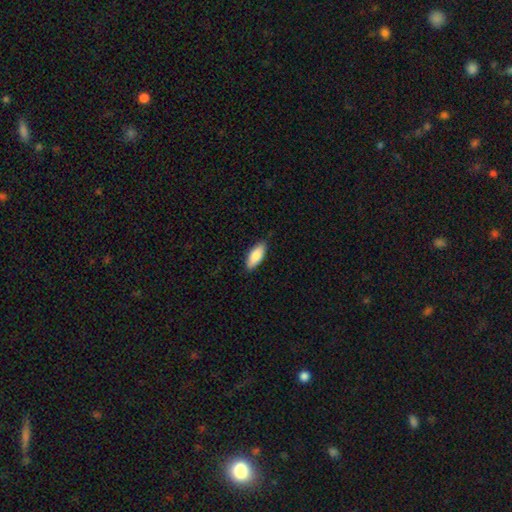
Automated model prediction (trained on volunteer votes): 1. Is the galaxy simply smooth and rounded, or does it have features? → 85% smooth, 10% featured or disk, 6% star or artifact.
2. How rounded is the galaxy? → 80% in between, 18% cigar-shaped, 2% round.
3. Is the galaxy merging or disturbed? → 87% none, 11% minor disturbance, 2% major disturbance, 1% merger.